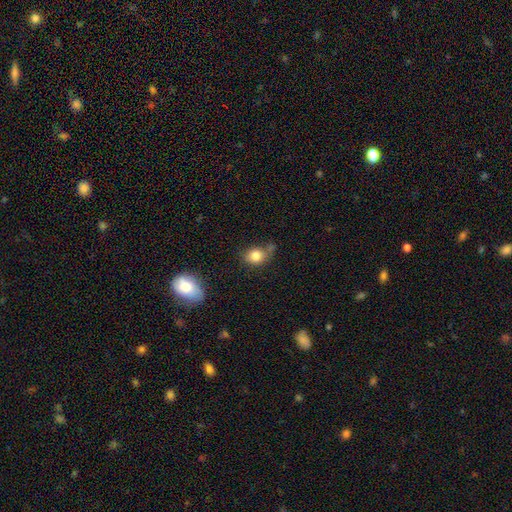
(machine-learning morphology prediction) Q: Smooth or featured?
A: smooth (82%); runner-up: star or artifact (10%)
Q: How rounded?
A: round (58%); runner-up: in between (41%)
Q: Merging?
A: none (54%); runner-up: minor disturbance (26%)